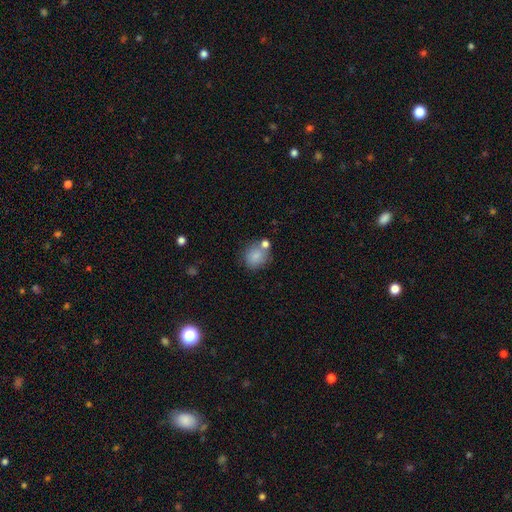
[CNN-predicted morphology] The model was most divided on "merging": none: 59%, merger: 21%, minor disturbance: 15%, major disturbance: 5%. More confident: smooth or featured — smooth (82%); how rounded — round (74%).